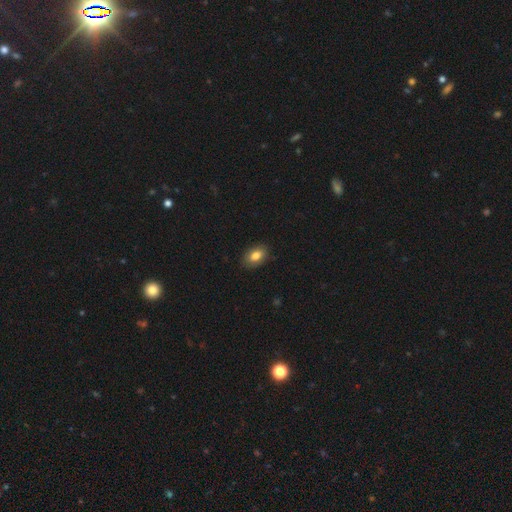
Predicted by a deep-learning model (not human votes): A smooth galaxy with no disk features (81%) that is in between round and cigar-shaped (87%).

Vote fractions:
- Smooth or featured? smooth: 81% / featured or disk: 11% / star or artifact: 8%
- How rounded? in between: 87% / round: 11% / cigar-shaped: 1%
- Merging? none: 85% / minor disturbance: 12% / major disturbance: 2% / merger: 1%